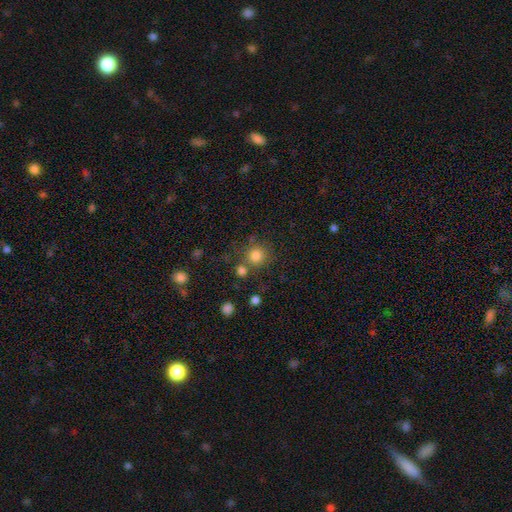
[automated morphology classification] Q: Smooth or featured?
A: smooth (81%); runner-up: star or artifact (13%)
Q: How rounded?
A: round (92%); runner-up: in between (7%)
Q: Merging?
A: none (71%); runner-up: merger (15%)